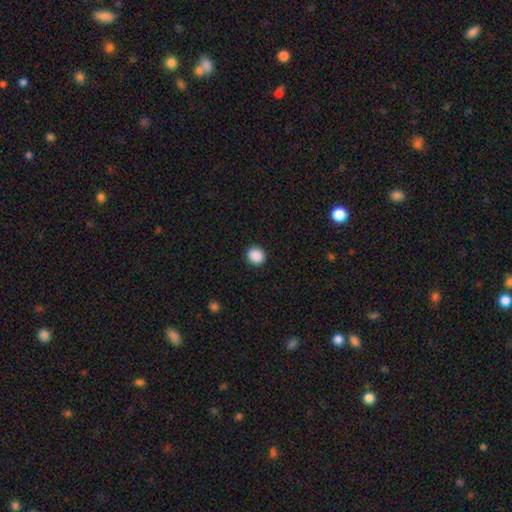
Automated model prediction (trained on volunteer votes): Smooth or featured?
  - smooth: 89% *
  - star or artifact: 9%
  - featured or disk: 2%
How rounded?
  - round: 88% *
  - in between: 11%
  - cigar-shaped: 1%
Merging?
  - none: 92% *
  - minor disturbance: 5%
  - major disturbance: 2%
  - merger: 1%